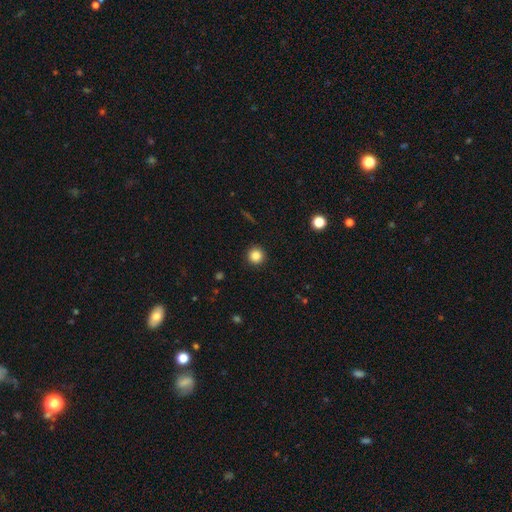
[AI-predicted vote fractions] smooth_or_featured: smooth (p=0.84) [alt: star or artifact p=0.11]
how_rounded: round (p=0.95) [alt: in between p=0.04]
merging: none (p=0.92) [alt: minor disturbance p=0.05]